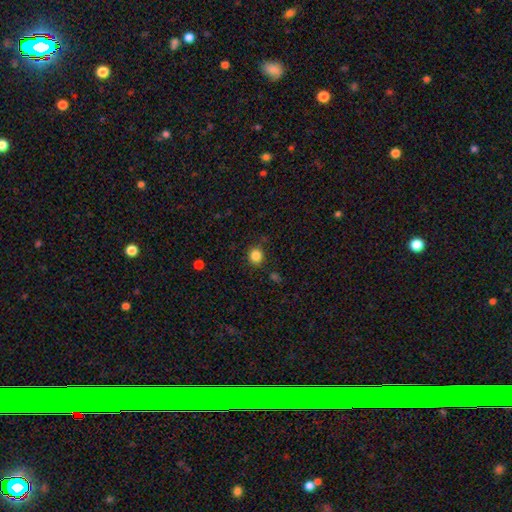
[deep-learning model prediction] Smooth or featured: smooth — 85% (star or artifact — 11%)
How rounded: round — 87% (in between — 12%)
Merging: none — 86% (minor disturbance — 9%)